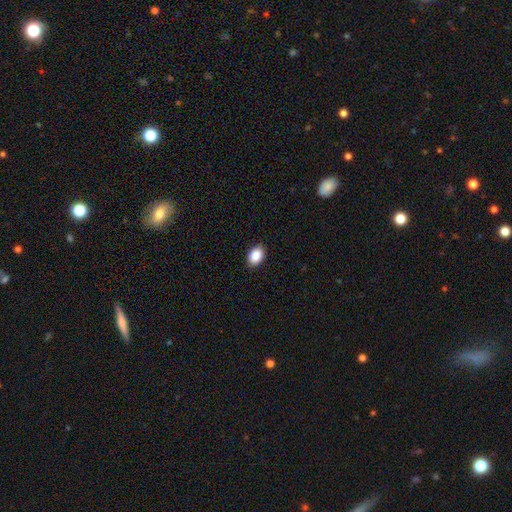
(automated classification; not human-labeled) Smooth or featured? smooth (89%)
How rounded? in between (81%)
Merging? none (89%)